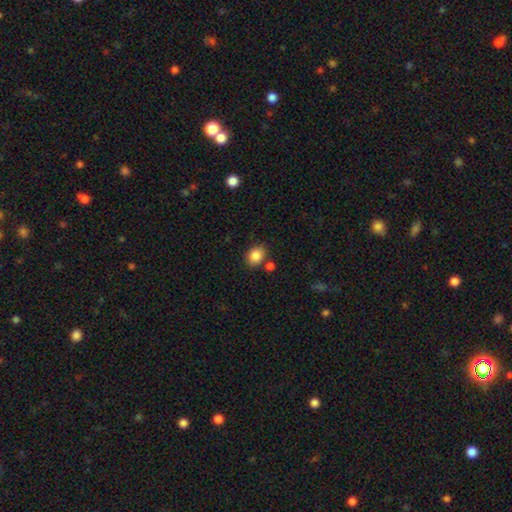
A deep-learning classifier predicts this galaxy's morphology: This is clearly a smooth galaxy (86%). How rounded: possibly in between (50%). Merging: likely none (76%).